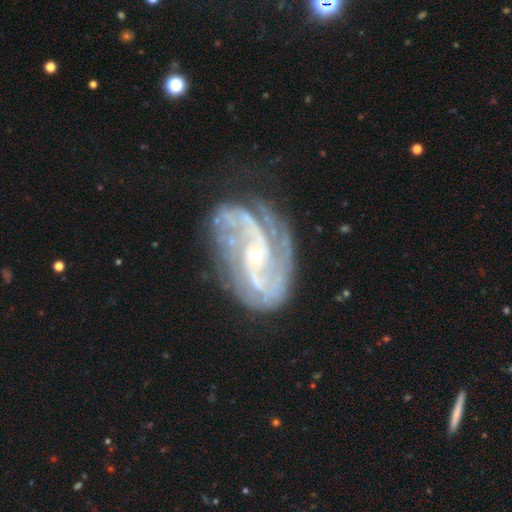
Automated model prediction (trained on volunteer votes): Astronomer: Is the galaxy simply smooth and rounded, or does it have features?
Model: featured or disk — 90%.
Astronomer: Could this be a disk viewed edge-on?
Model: no — 97%.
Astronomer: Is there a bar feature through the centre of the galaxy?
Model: no — 54% (runner-up: weak, 31%).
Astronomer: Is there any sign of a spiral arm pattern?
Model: yes — 97%.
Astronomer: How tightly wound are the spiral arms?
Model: medium — 46% (runner-up: tight, 33%).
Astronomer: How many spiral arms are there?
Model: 2 — 58%.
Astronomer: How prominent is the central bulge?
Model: small — 78%.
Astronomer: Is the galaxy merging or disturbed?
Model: none — 59%.